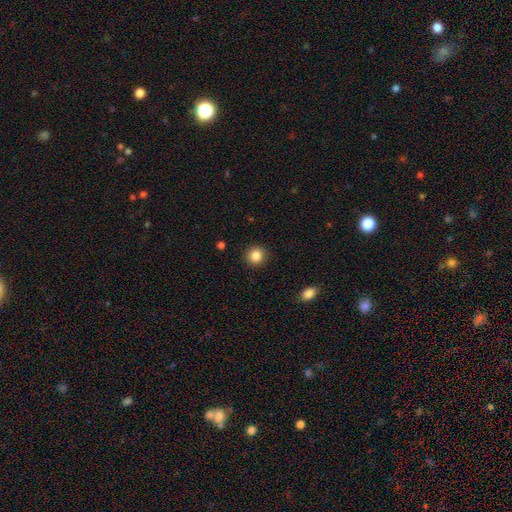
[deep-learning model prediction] Smooth or featured? smooth (86%)
How rounded? round (93%)
Merging? none (91%)